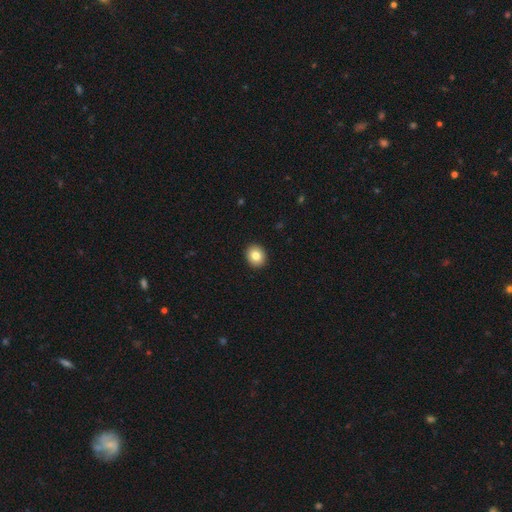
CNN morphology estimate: Smooth or featured? Predicted: smooth (p=0.81). How rounded? Predicted: round (p=0.74). Merging? Predicted: none (p=0.93).